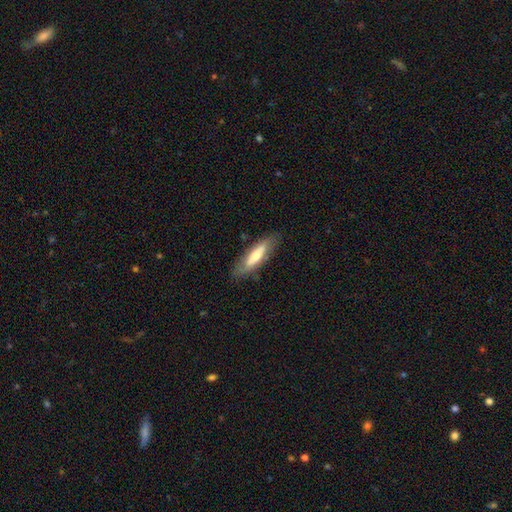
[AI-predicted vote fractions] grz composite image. It shows a smooth galaxy with no disk features (53%) that is cigar-shaped (62%). Merging: none (82%).